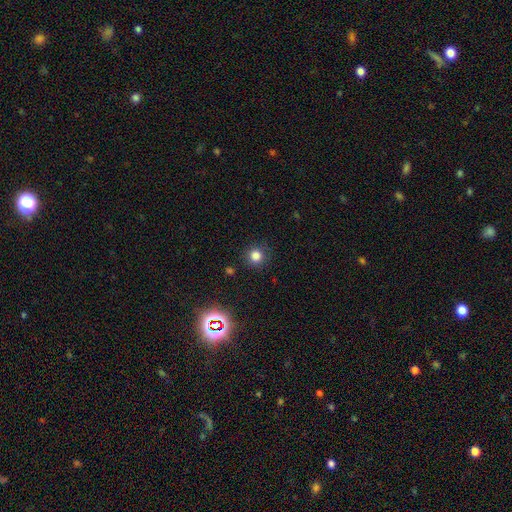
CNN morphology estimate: smooth 80%, star or artifact 16%, featured or disk 5%. Down the decision tree: how rounded — round (92%); merging — none (87%).